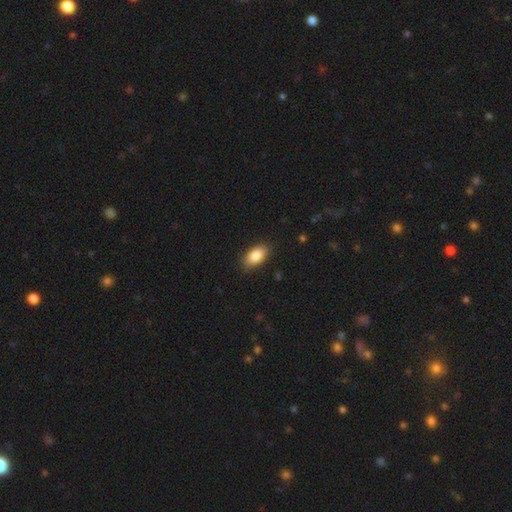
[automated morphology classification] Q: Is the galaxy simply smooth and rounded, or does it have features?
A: smooth — 86%.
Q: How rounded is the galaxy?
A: in between — 92%.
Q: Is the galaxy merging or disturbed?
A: none — 86%.